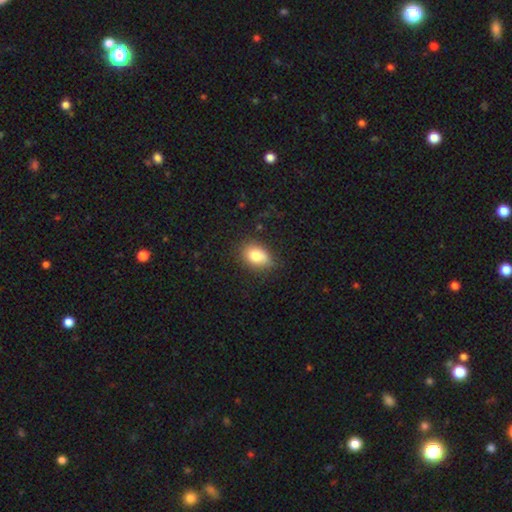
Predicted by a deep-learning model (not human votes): Smooth or featured? smooth (82%)
How rounded? in between (79%)
Merging? none (73%)